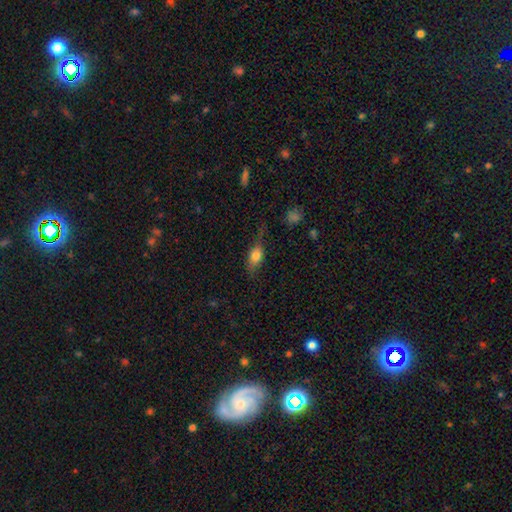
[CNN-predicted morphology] Overall: smooth (70%). How rounded: in between (77%). Merging: none (53%; minor disturbance 28%).